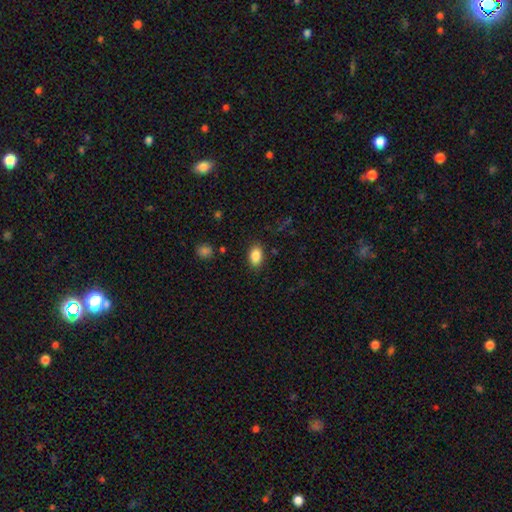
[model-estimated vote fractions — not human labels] Smooth or featured? smooth (87%)
How rounded? in between (89%)
Merging? none (85%)